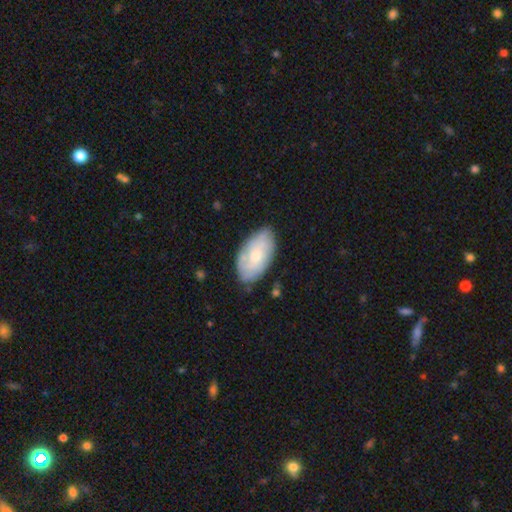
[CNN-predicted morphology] Smooth or featured?
  - smooth: 49% *
  - featured or disk: 45%
  - star or artifact: 6%
Merging?
  - none: 75% *
  - minor disturbance: 19%
  - major disturbance: 4%
  - merger: 2%